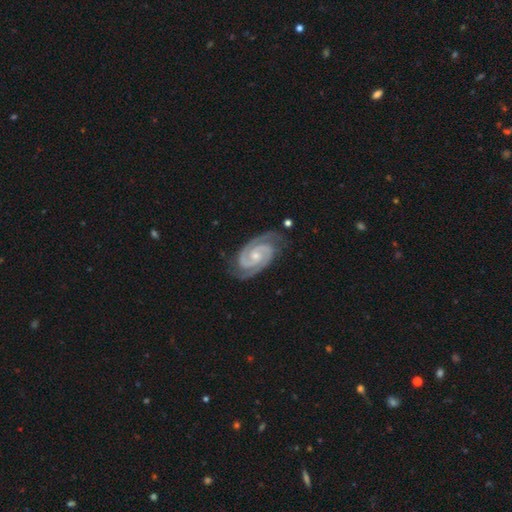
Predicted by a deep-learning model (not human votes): featured or disk 94%, star or artifact 4%, smooth 2%. Down the decision tree: edge-on disk — no (98%); bar — no (57%); spiral arms — yes (99%); spiral arm count — 2 (91%); spiral winding — tight (64%); bulge size — small (62%); merging — none (81%).